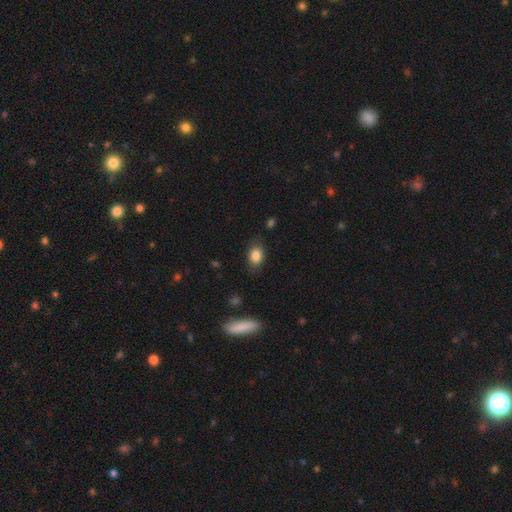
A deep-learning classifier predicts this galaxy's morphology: A smooth galaxy with no disk features (84%) that is in between round and cigar-shaped (74%).

Vote fractions:
- Smooth or featured? smooth: 84% / star or artifact: 9% / featured or disk: 7%
- How rounded? in between: 74% / round: 24% / cigar-shaped: 2%
- Merging? none: 78% / minor disturbance: 17% / major disturbance: 4% / merger: 1%